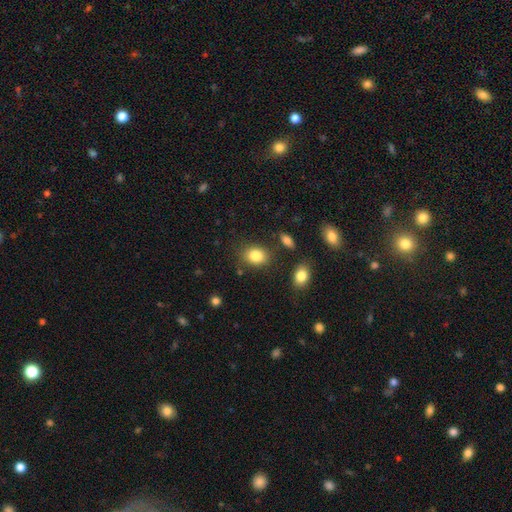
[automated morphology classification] The model was most divided on "how rounded": in between: 61%, round: 38%, cigar-shaped: 1%. More confident: smooth or featured — smooth (84%); merging — none (78%).